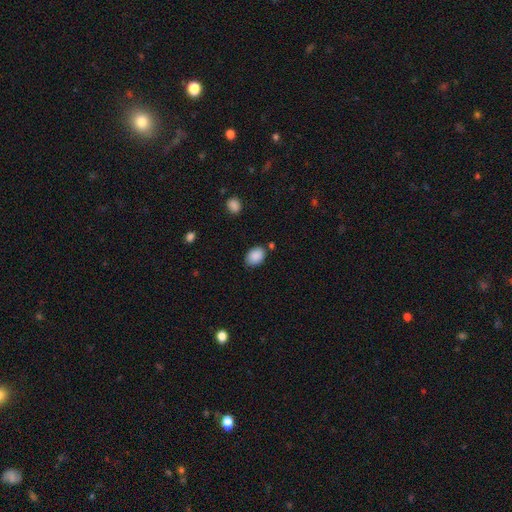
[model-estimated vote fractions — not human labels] The model was most divided on "how rounded": in between: 79%, round: 20%, cigar-shaped: 1%. More confident: smooth or featured — smooth (89%); merging — none (76%).